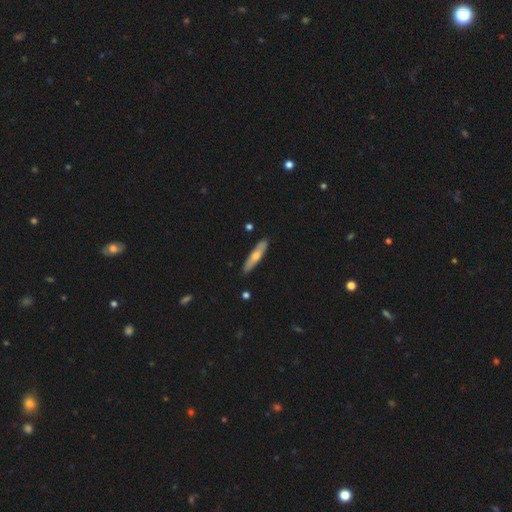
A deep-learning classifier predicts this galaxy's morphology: This is possibly a smooth galaxy (55%). How rounded: clearly cigar-shaped (82%). Merging: clearly none (89%).